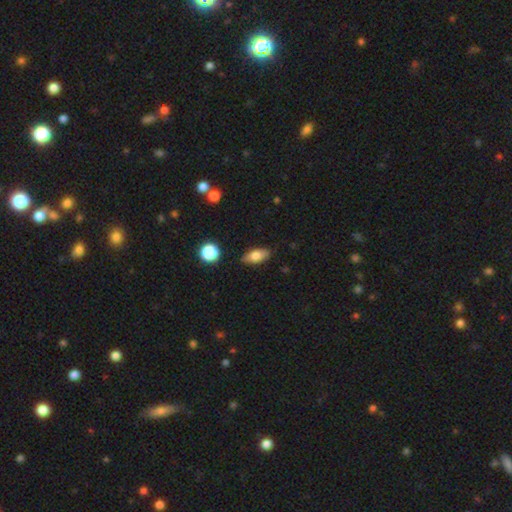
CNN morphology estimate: A smooth galaxy with no disk features (75%) that is in between round and cigar-shaped (82%).

Vote fractions:
- Smooth or featured? smooth: 75% / featured or disk: 17% / star or artifact: 8%
- How rounded? in between: 82% / cigar-shaped: 13% / round: 5%
- Merging? none: 86% / minor disturbance: 10% / major disturbance: 2% / merger: 2%